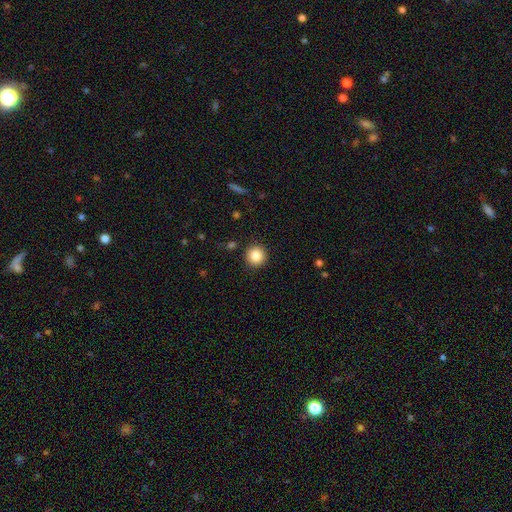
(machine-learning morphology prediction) smooth 86%, star or artifact 10%, featured or disk 5%. Down the decision tree: how rounded — round (94%); merging — none (91%).